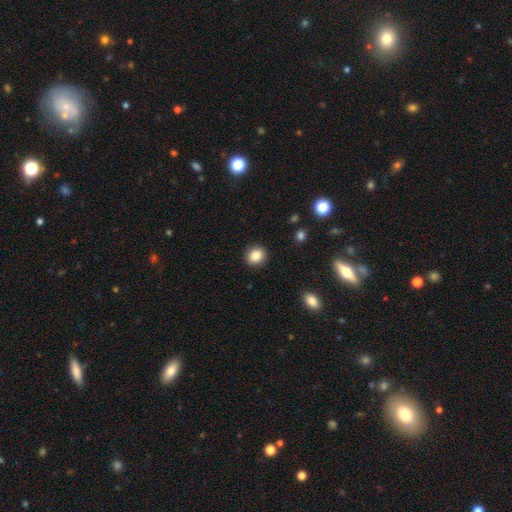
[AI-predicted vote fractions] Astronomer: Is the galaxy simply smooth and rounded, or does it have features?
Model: smooth — 85%.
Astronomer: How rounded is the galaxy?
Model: round — 73%.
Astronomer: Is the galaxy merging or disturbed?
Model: none — 90%.